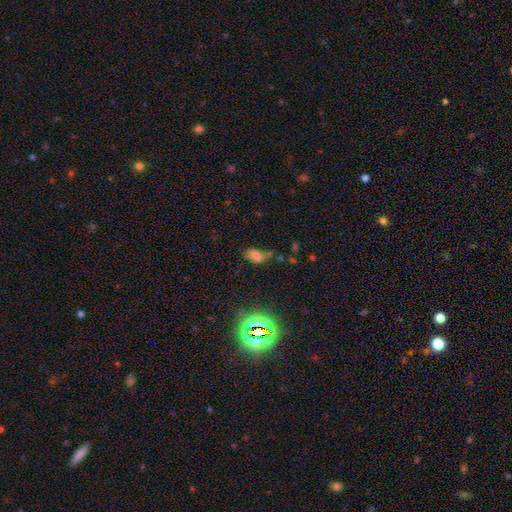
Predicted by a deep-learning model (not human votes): The model was most divided on "merging": none: 45%, minor disturbance: 25%, merger: 16%, major disturbance: 14%. More confident: how rounded — in between (84%); smooth or featured — smooth (62%).